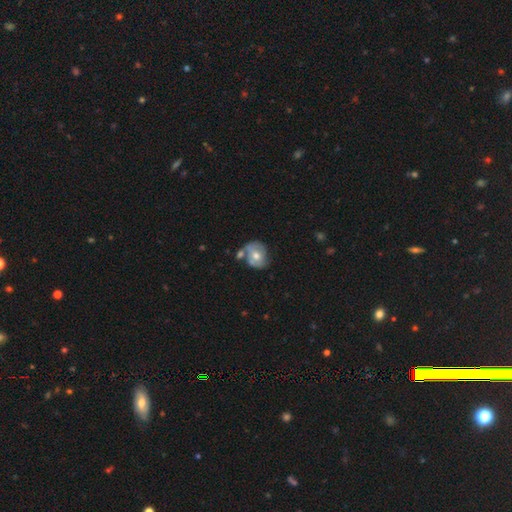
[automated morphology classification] Smooth or featured? smooth (52%)
How rounded? round (66%)
Merging? none (46%)